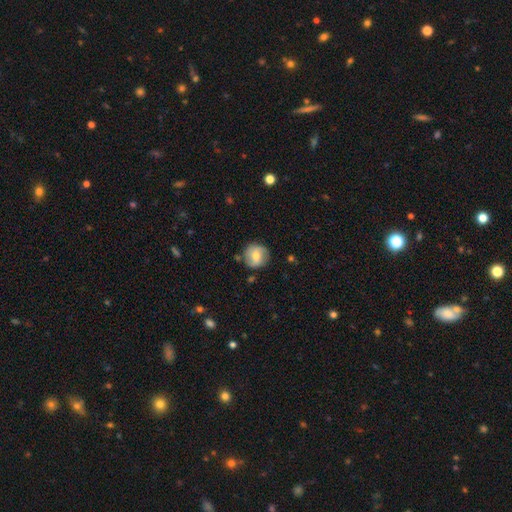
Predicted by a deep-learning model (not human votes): Morphology: type=smooth (59%); roundness=round (91%); merging=none (78%).